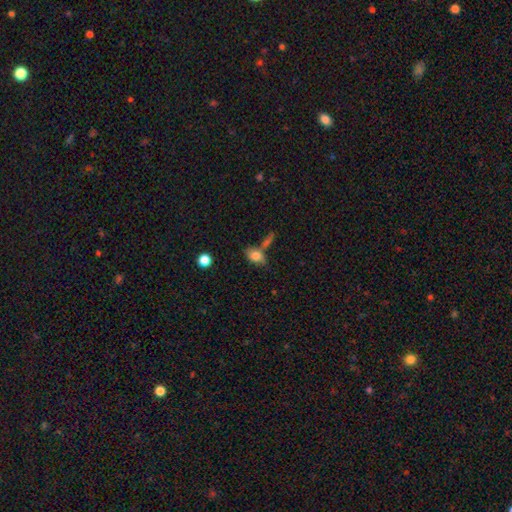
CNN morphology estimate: A smooth galaxy with no disk features (78%) that is in between round and cigar-shaped (81%). Merging: none (49%).